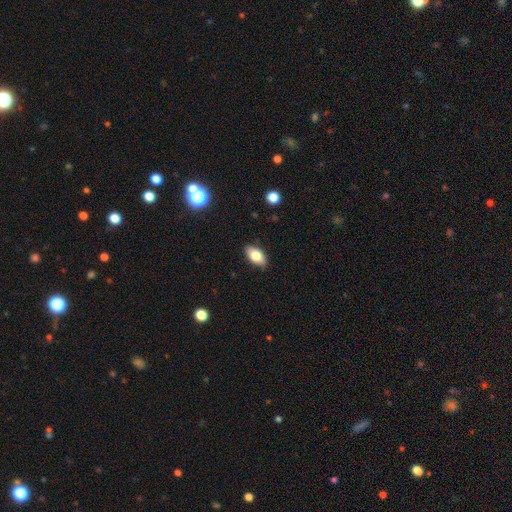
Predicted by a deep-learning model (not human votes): Smooth or featured? smooth (81%)
How rounded? in between (92%)
Merging? none (86%)